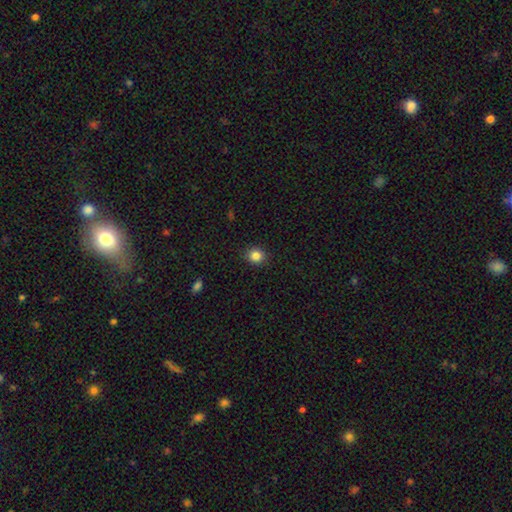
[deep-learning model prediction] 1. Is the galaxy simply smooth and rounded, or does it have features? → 85% smooth, 11% star or artifact, 5% featured or disk.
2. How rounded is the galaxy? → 83% round, 17% in between, 1% cigar-shaped.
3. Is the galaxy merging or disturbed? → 90% none, 7% minor disturbance, 2% major disturbance, 1% merger.